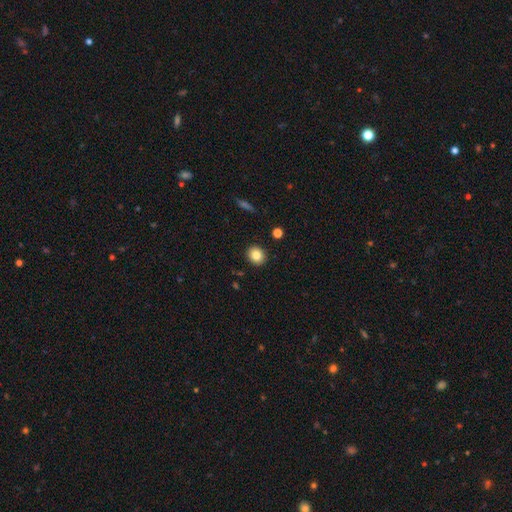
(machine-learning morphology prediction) This is clearly a smooth galaxy (82%). How rounded: likely round (75%). Merging: clearly none (91%).